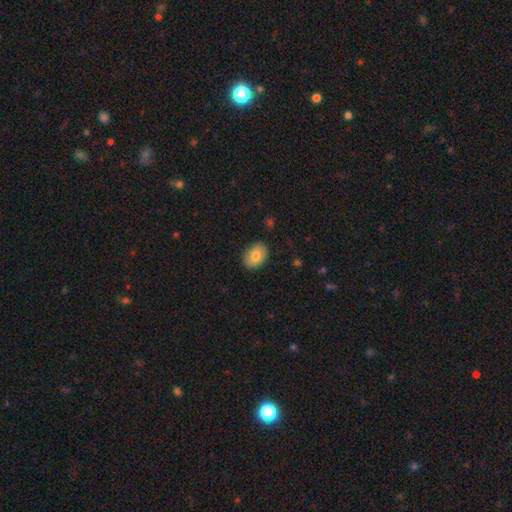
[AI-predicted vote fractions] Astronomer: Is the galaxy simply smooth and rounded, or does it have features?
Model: smooth — 78%.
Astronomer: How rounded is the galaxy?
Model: in between — 74%.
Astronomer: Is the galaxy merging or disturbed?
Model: none — 85%.